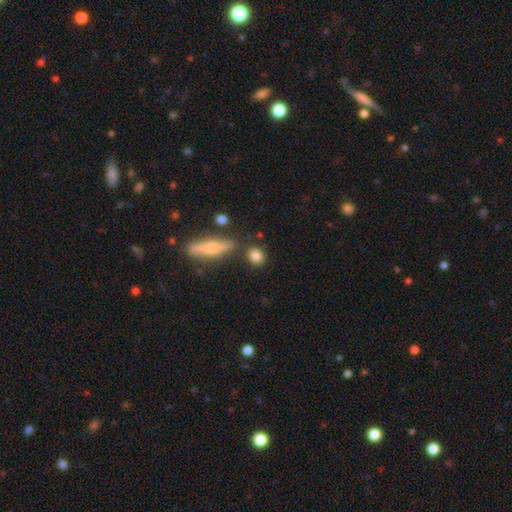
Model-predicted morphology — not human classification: This is clearly a smooth galaxy (82%). How rounded: possibly round (51%). Merging: likely none (75%).